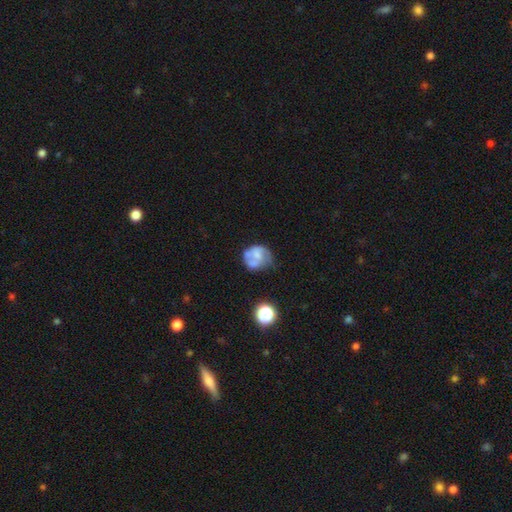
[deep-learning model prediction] smooth 46%, featured or disk 44%, star or artifact 10%. Down the decision tree: merging — none (38%).